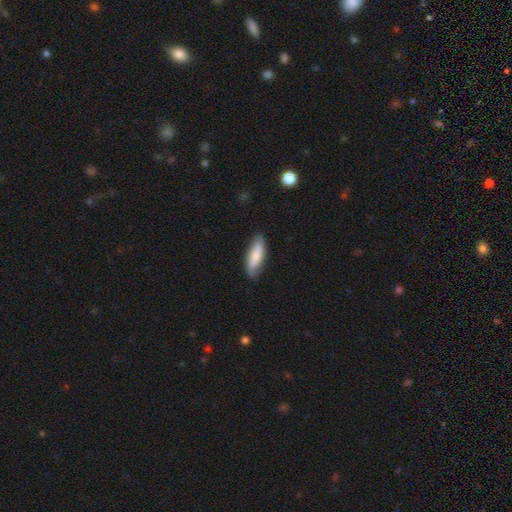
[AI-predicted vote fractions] Smooth or featured?
  - smooth: 78% *
  - featured or disk: 17%
  - star or artifact: 6%
How rounded?
  - in between: 53% *
  - cigar-shaped: 45%
  - round: 2%
Merging?
  - none: 81% *
  - minor disturbance: 15%
  - major disturbance: 3%
  - merger: 1%